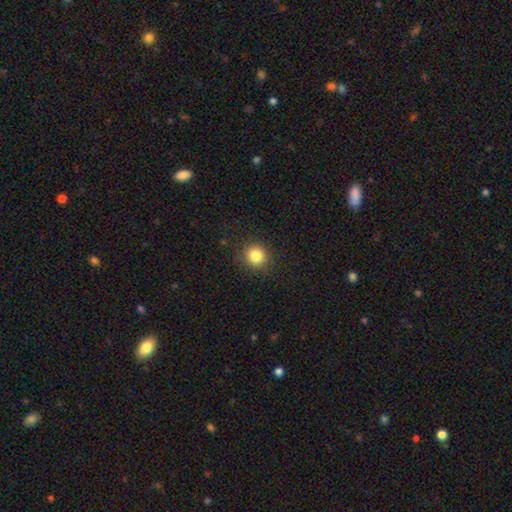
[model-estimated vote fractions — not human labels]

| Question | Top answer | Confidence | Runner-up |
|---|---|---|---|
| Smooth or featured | smooth | 84% | star or artifact (11%) |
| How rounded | round | 89% | in between (10%) |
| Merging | none | 89% | minor disturbance (7%) |